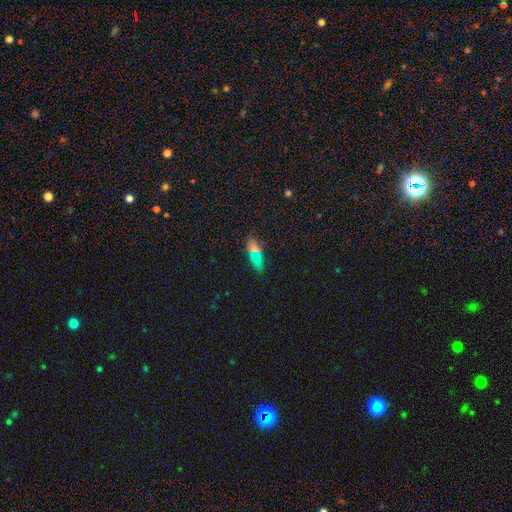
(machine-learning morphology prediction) Smooth or featured?
  - smooth: 72% *
  - star or artifact: 16%
  - featured or disk: 12%
How rounded?
  - in between: 58% *
  - cigar-shaped: 37%
  - round: 5%
Merging?
  - none: 84% *
  - minor disturbance: 11%
  - major disturbance: 3%
  - merger: 3%